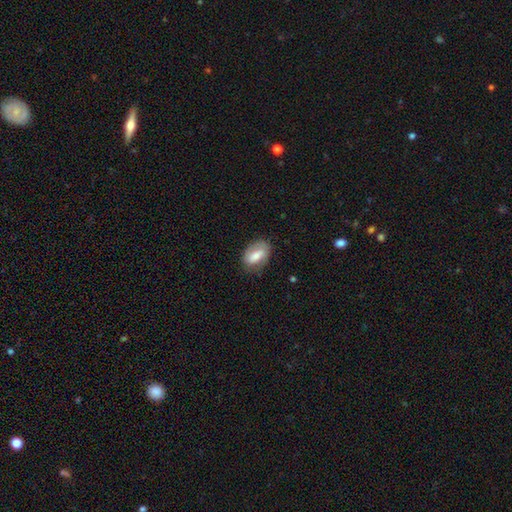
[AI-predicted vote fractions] The model was most divided on "smooth or featured": smooth: 65%, featured or disk: 28%, star or artifact: 7%. More confident: how rounded — in between (89%); merging — none (71%).